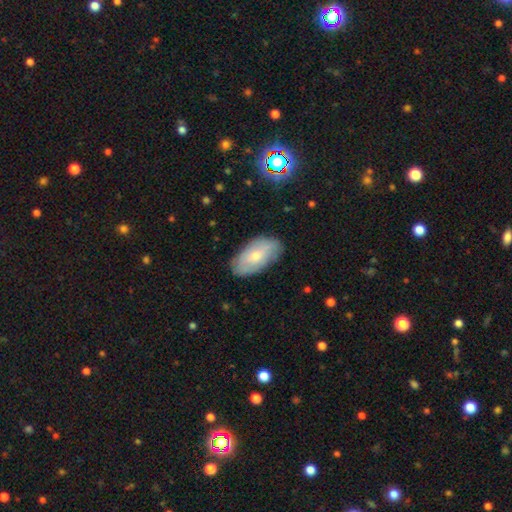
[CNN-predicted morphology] smooth_or_featured: smooth (p=0.59) [alt: featured or disk p=0.34]
how_rounded: in between (p=0.93) [alt: round p=0.03]
merging: none (p=0.78) [alt: minor disturbance p=0.17]